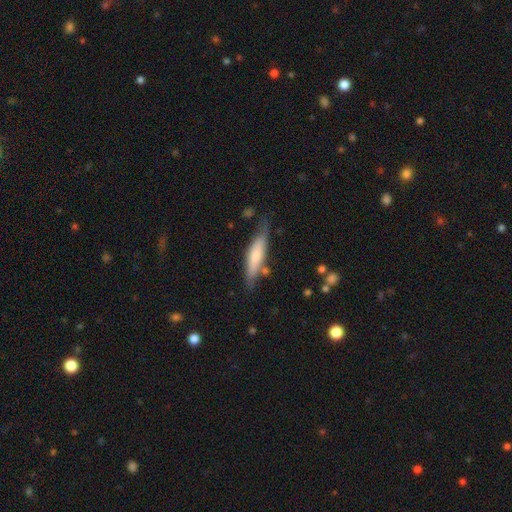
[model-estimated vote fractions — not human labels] Morphology: type=smooth (65%); roundness=cigar-shaped (72%); merging=none (64%).